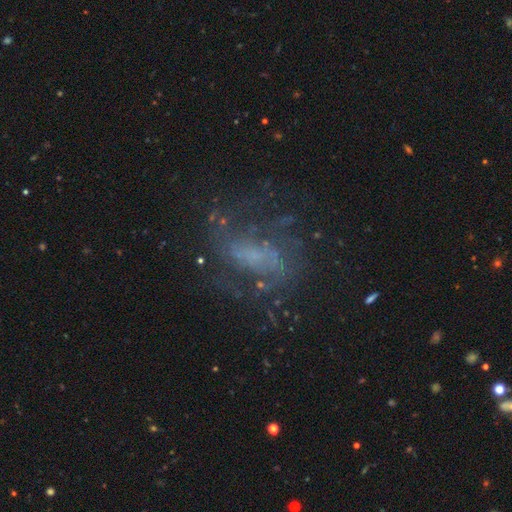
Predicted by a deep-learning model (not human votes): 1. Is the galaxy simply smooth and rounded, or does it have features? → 67% featured or disk, 17% star or artifact, 16% smooth.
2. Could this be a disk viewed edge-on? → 95% no, 5% yes.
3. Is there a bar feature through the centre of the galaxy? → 51% no, 36% weak, 13% strong.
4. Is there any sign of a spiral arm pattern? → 75% yes, 25% no.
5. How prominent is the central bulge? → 43% none, 37% small, 15% moderate, 4% large, 1% dominant.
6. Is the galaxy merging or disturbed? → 61% none, 20% major disturbance, 16% minor disturbance, 2% merger.